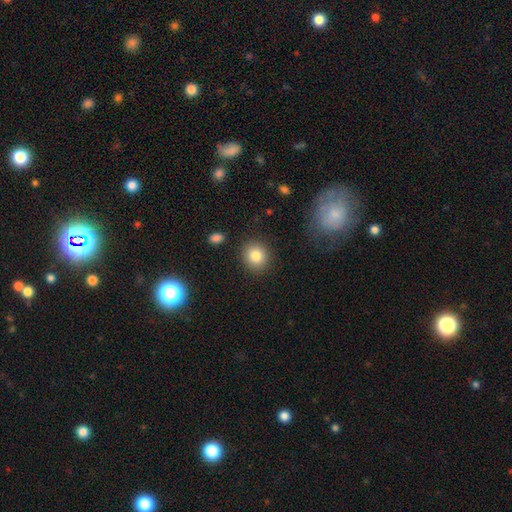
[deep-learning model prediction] The model was most divided on "how rounded": round: 82%, in between: 17%, cigar-shaped: 1%. More confident: merging — none (88%); smooth or featured — smooth (84%).